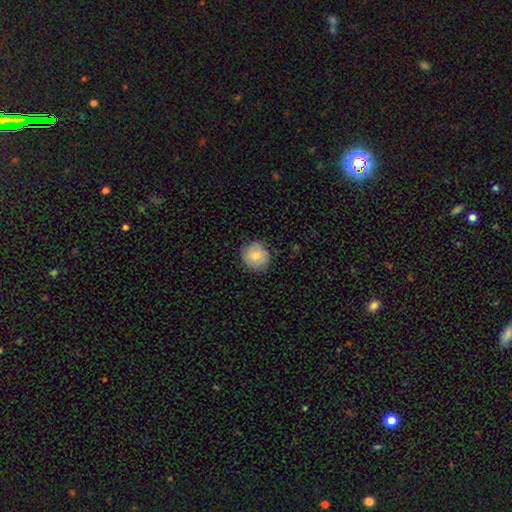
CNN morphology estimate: type=smooth (78%); roundness=round (89%); merging=none (80%).